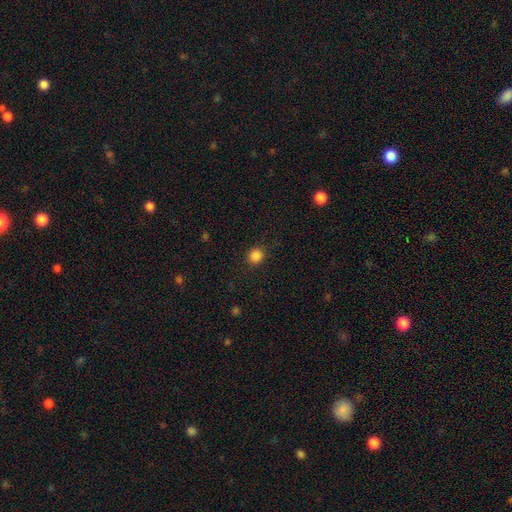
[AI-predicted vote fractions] This is clearly a smooth galaxy (86%). How rounded: clearly round (85%). Merging: clearly none (89%).